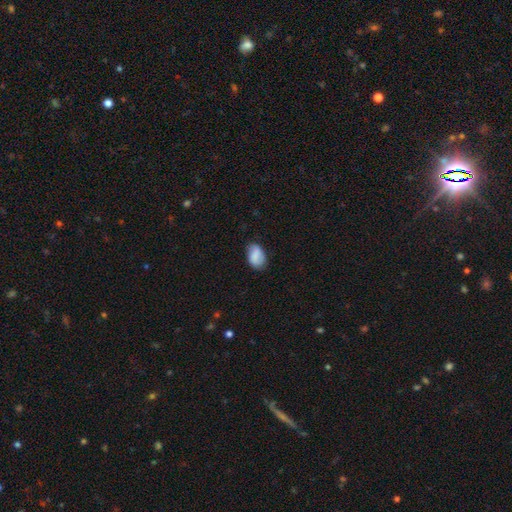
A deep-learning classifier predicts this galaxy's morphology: This appears to be a smooth galaxy with no disk features (80%) that is in between round and cigar-shaped (89%). Merging: none (74%).